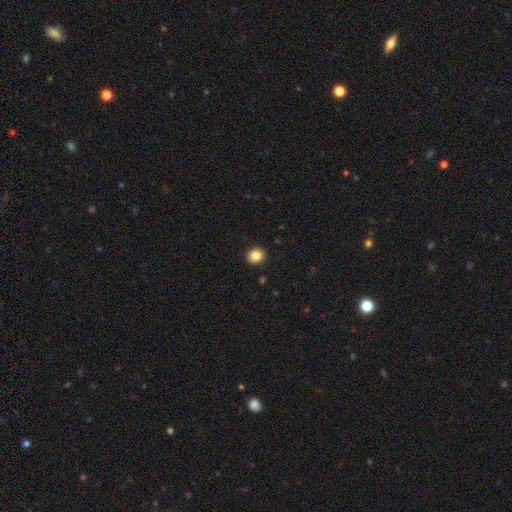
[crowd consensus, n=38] smooth_or_featured: smooth (p=0.92) [alt: star or artifact p=0.05]
how_rounded: round (p=0.86) [alt: in between p=0.14]
merging: none (p=0.97) [alt: minor disturbance p=0.03]